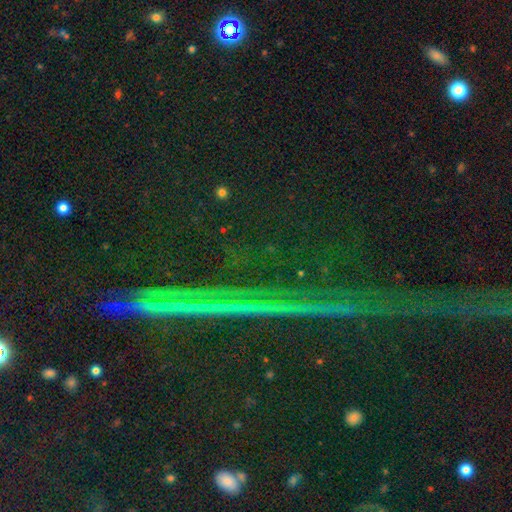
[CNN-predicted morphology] smooth-or-featured: star or artifact: 86% | featured or disk: 8% | smooth: 6%